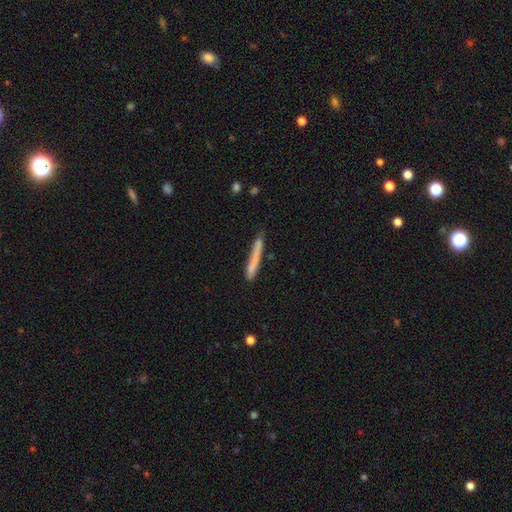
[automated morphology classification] A smooth galaxy with no disk features (70%) that is cigar-shaped (96%).

Vote fractions:
- Smooth or featured? smooth: 70% / featured or disk: 23% / star or artifact: 7%
- How rounded? cigar-shaped: 96% / in between: 3% / round: 1%
- Merging? none: 73% / minor disturbance: 19% / major disturbance: 4% / merger: 3%